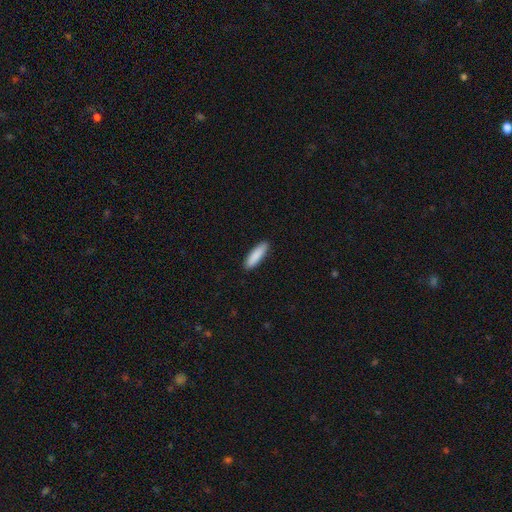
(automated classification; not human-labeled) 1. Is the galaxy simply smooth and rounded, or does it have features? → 90% smooth, 5% star or artifact, 5% featured or disk.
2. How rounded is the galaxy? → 62% cigar-shaped, 37% in between, 1% round.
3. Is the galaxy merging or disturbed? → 90% none, 8% minor disturbance, 1% major disturbance, 1% merger.